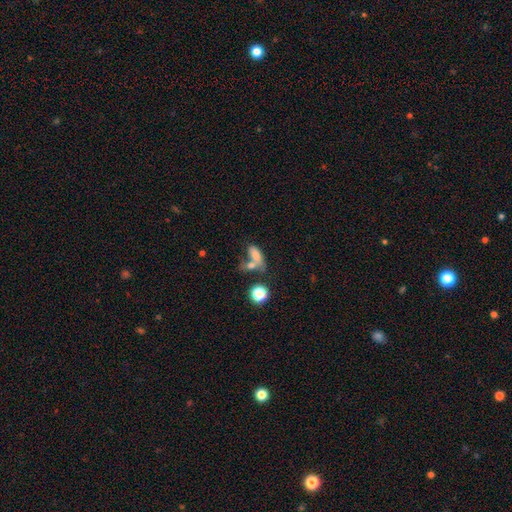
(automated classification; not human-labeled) Morphology: type=smooth (72%); roundness=in between (73%); merging=merger (45%).